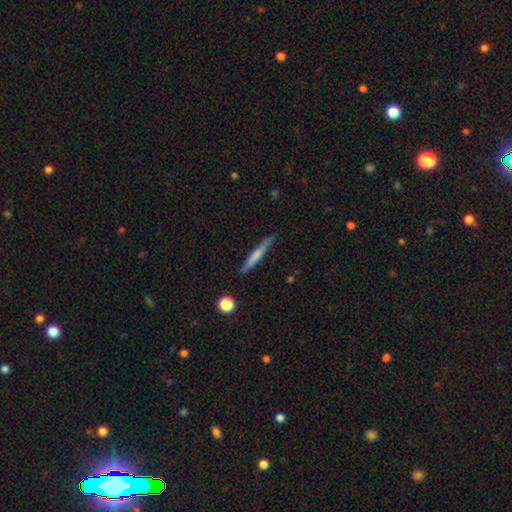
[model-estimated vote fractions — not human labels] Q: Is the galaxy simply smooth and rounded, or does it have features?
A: smooth — 58%.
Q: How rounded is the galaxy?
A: cigar-shaped — 94%.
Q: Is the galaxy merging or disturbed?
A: none — 84%.